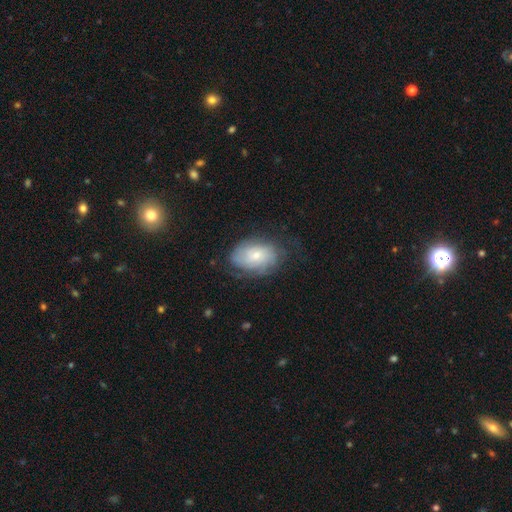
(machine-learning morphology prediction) featured or disk 50%, smooth 42%, star or artifact 7%. Down the decision tree: edge-on disk — no (95%); merging — none (63%).